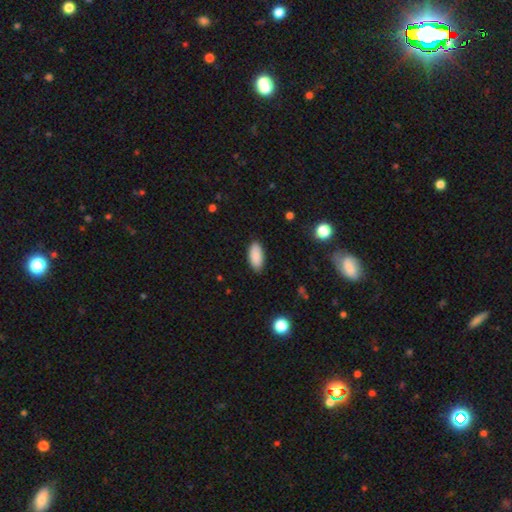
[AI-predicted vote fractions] A smooth galaxy with no disk features (89%) that is in between round and cigar-shaped (90%). Merging: none (86%).